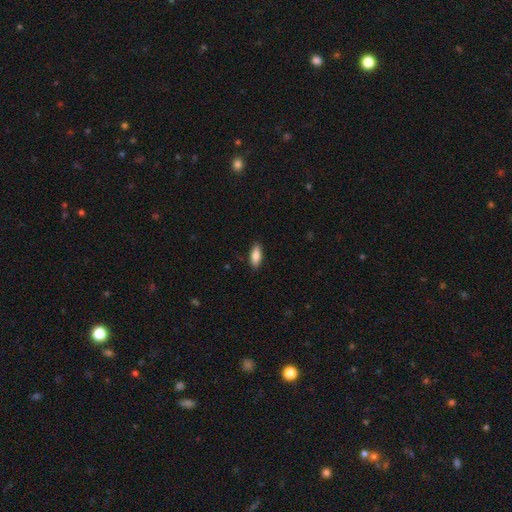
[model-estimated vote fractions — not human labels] Q: Smooth or featured?
A: smooth (82%); runner-up: featured or disk (12%)
Q: How rounded?
A: in between (72%); runner-up: cigar-shaped (26%)
Q: Merging?
A: none (88%); runner-up: minor disturbance (10%)